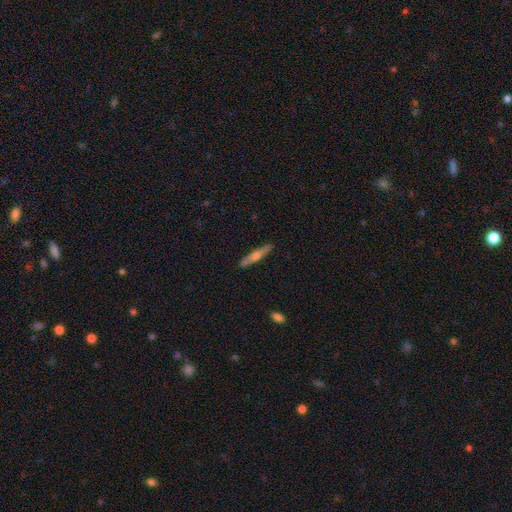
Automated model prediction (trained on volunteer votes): Morphology: type=featured or disk (48%); merging=none (88%).